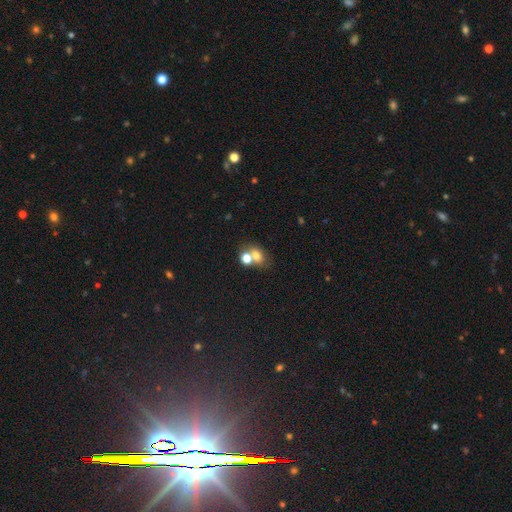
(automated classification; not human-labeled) Overall: smooth (71%). How rounded: in between (54%; round 44%). Merging: merger (47%; none 39%).